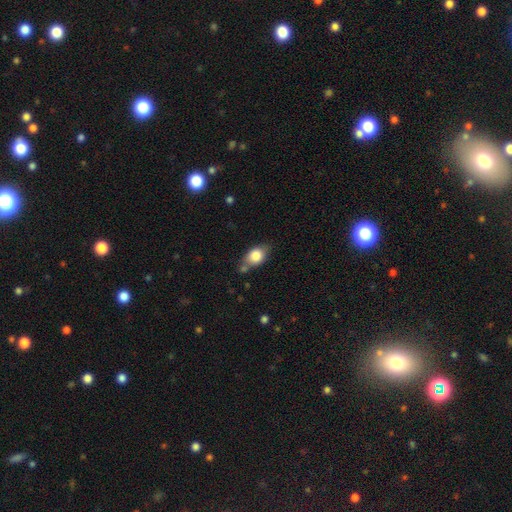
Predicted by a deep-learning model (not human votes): This is likely a smooth galaxy (79%). How rounded: likely in between (74%). Merging: possibly none (58%).